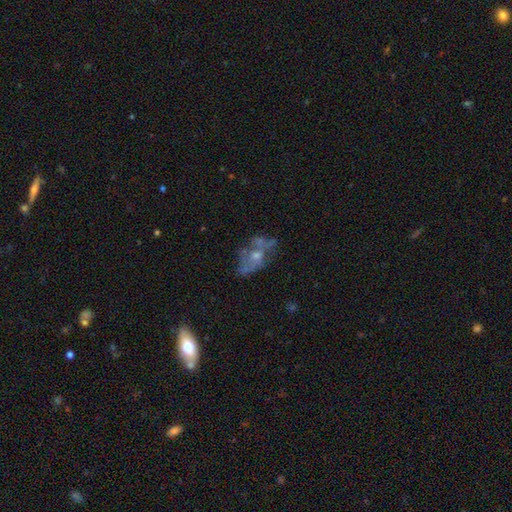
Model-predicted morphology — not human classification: Smooth or featured?
  - featured or disk: 59% *
  - smooth: 27%
  - star or artifact: 15%
Edge-on disk?
  - no: 94% *
  - yes: 6%
Bar?
  - no: 84% *
  - weak: 14%
  - strong: 3%
Spiral arms?
  - no: 74% *
  - yes: 26%
Bulge size?
  - moderate: 43% *
  - small: 37%
  - none: 15%
  - large: 4%
  - dominant: 1%
Merging?
  - none: 42% *
  - major disturbance: 23%
  - minor disturbance: 20%
  - merger: 15%